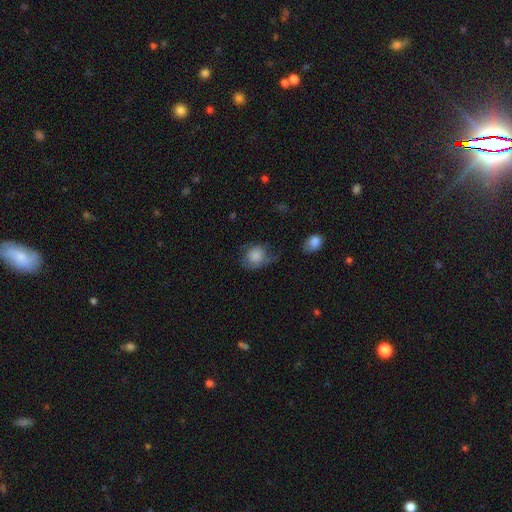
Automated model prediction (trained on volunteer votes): smooth-or-featured: smooth: 71% | featured or disk: 21% | star or artifact: 8%
  how-rounded: round: 60% | in between: 39% | cigar-shaped: 1%
  merging: none: 37% | minor disturbance: 31% | major disturbance: 28% | merger: 4%